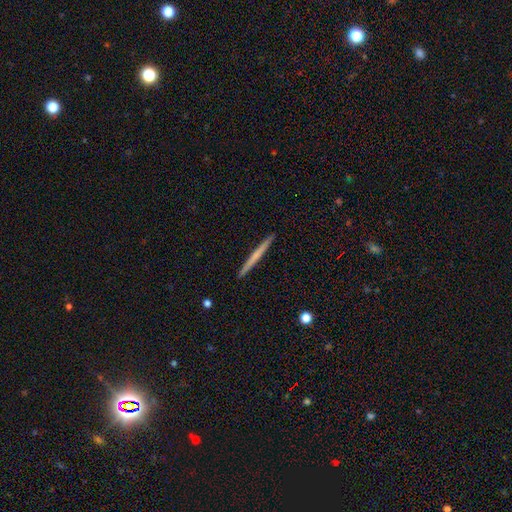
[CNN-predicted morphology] A smooth galaxy with no disk features (49%).

Vote fractions:
- Smooth or featured? smooth: 49% / featured or disk: 46% / star or artifact: 5%
- Merging? none: 93% / minor disturbance: 5% / major disturbance: 1% / merger: 1%